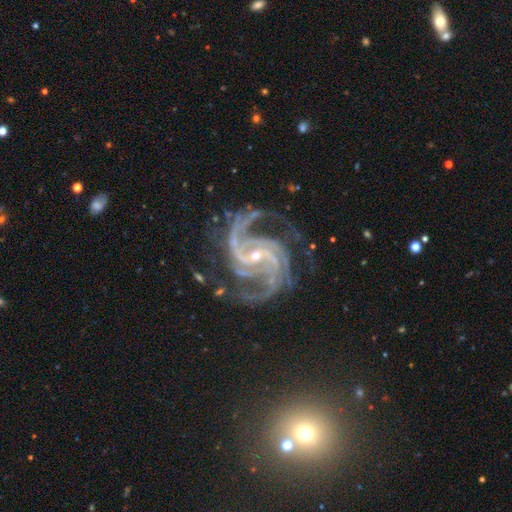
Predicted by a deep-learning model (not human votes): Overall: featured or disk (93%). Edge-on disk: no (98%). Bar: weak (36%; strong 33%). Spiral arms: yes (99%). Spiral arm count: 3 (34%; 2 24%). Spiral winding: medium (55%; tight 34%). Bulge size: small (77%). Merging: none (68%).